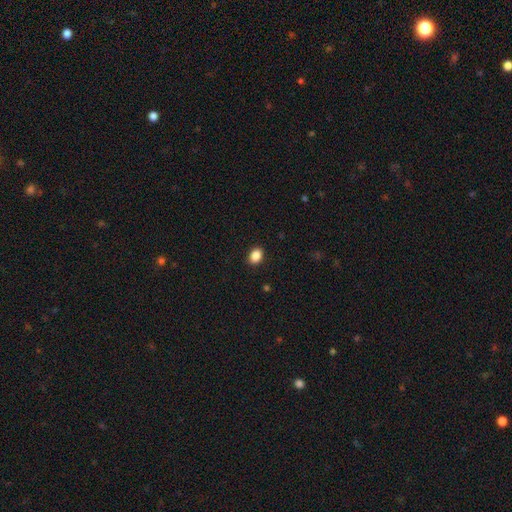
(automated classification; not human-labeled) Smooth or featured: smooth — 88% (star or artifact — 9%)
How rounded: in between — 70% (round — 29%)
Merging: none — 90% (minor disturbance — 7%)